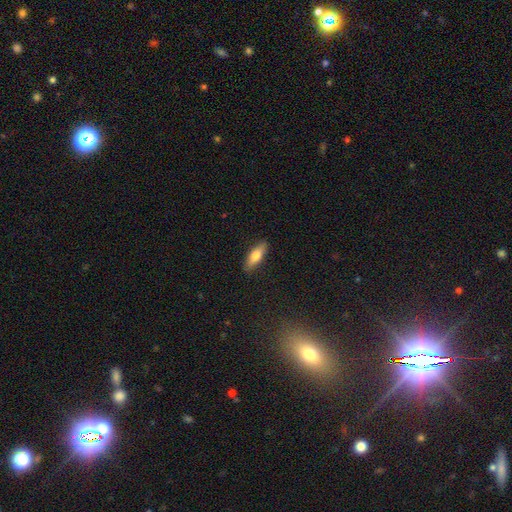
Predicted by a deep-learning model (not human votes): Q: Smooth or featured?
A: smooth (74%); runner-up: featured or disk (20%)
Q: How rounded?
A: in between (55%); runner-up: cigar-shaped (43%)
Q: Merging?
A: none (88%); runner-up: minor disturbance (9%)